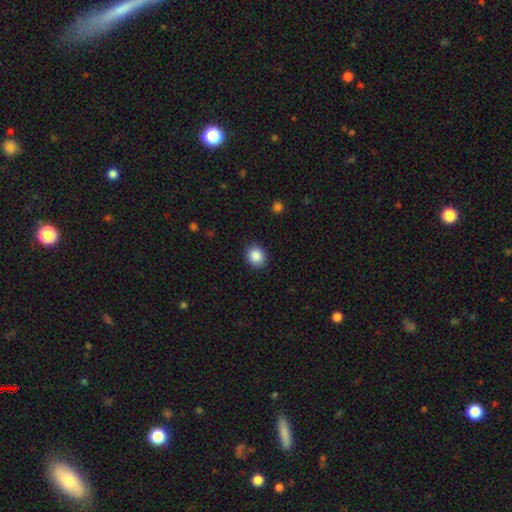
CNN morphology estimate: The model was most divided on "how rounded": round: 67%, in between: 32%, cigar-shaped: 1%. More confident: merging — none (88%); smooth or featured — smooth (88%).